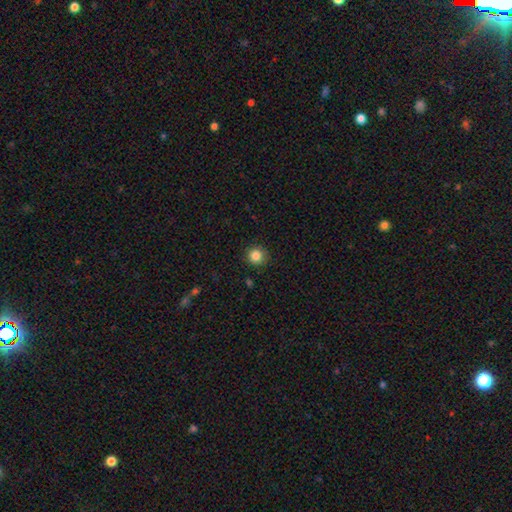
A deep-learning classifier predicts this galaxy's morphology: Overall: smooth (85%). How rounded: round (94%). Merging: none (89%).